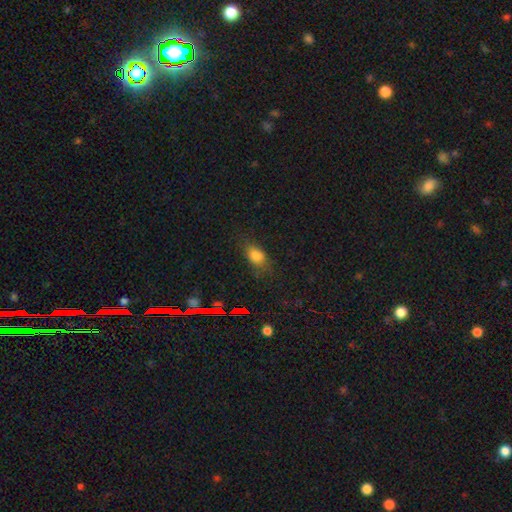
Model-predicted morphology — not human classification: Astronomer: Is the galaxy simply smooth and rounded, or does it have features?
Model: smooth — 78%.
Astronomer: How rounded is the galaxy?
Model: in between — 82%.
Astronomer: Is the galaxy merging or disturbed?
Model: none — 70%.